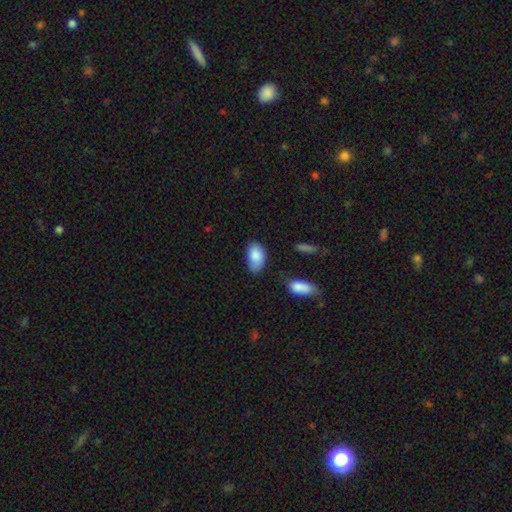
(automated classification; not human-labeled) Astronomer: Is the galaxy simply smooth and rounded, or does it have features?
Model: smooth — 86%.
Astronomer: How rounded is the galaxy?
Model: in between — 93%.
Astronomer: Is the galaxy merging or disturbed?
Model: none — 61%.